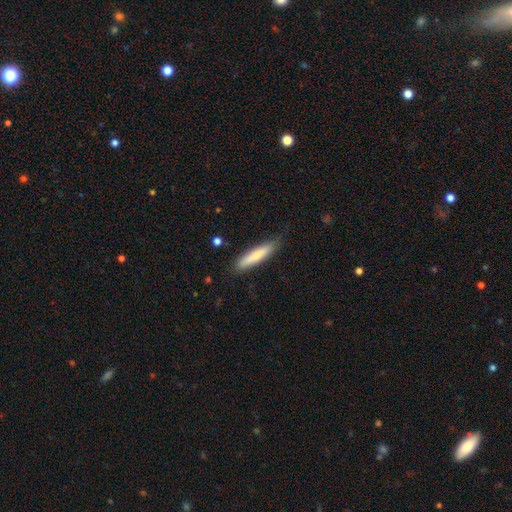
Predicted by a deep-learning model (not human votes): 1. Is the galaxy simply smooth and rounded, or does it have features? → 76% smooth, 19% featured or disk, 6% star or artifact.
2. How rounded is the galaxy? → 86% cigar-shaped, 13% in between, 1% round.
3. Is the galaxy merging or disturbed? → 82% none, 14% minor disturbance, 3% major disturbance, 1% merger.